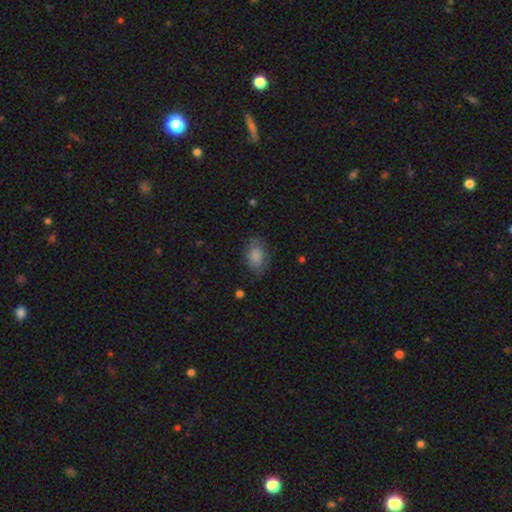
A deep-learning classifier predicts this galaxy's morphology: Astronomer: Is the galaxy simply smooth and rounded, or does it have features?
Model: smooth — 82%.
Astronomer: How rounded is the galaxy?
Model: in between — 85%.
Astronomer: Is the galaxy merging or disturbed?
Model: none — 76%.